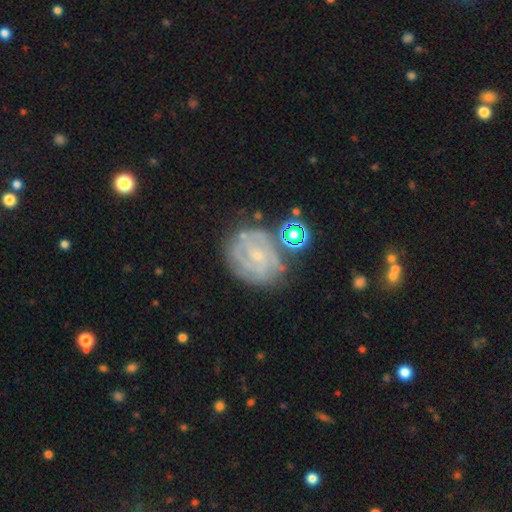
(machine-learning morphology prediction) This appears to be a featured or disk galaxy (77%) with no bar (62%), tight (65%) spiral arms (90%) and a small central bulge (77%). Merging: none (69%).